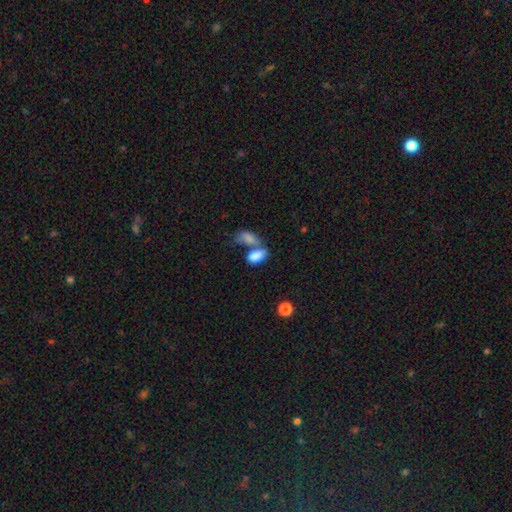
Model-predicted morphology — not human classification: A smooth galaxy with no disk features (84%) that is in between round and cigar-shaped (92%).

Vote fractions:
- Smooth or featured? smooth: 84% / featured or disk: 9% / star or artifact: 7%
- How rounded? in between: 92% / round: 5% / cigar-shaped: 4%
- Merging? merger: 59% / none: 26% / minor disturbance: 10% / major disturbance: 6%